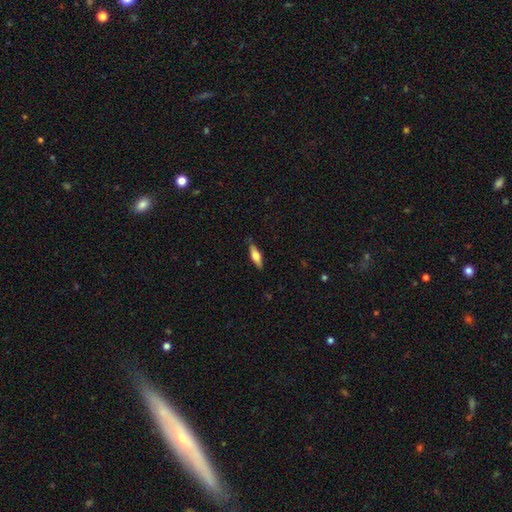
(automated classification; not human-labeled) Smooth or featured: smooth — 55% (featured or disk — 39%)
How rounded: cigar-shaped — 53% (in between — 44%)
Merging: none — 84% (minor disturbance — 13%)